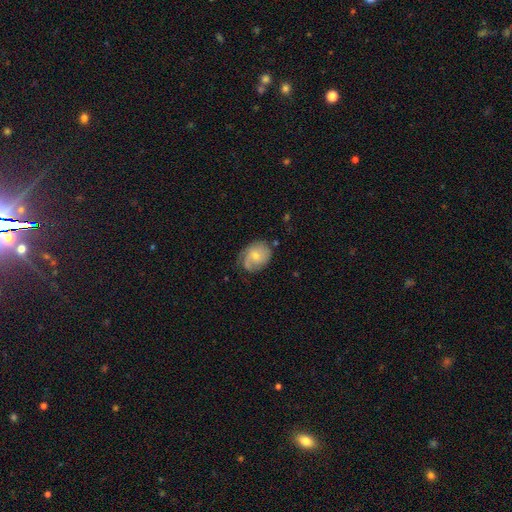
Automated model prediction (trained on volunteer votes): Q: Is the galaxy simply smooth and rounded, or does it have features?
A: featured or disk — 53%.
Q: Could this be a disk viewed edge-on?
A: no — 96%.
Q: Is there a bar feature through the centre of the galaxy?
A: no — 72%.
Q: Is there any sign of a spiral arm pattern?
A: yes — 82%.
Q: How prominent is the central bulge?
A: small — 52%.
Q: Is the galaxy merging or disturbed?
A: none — 57%.